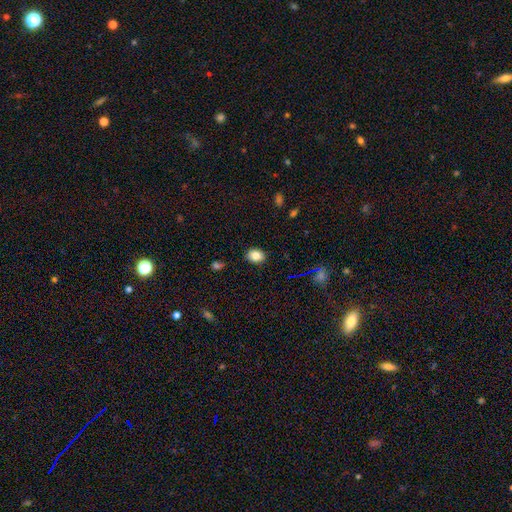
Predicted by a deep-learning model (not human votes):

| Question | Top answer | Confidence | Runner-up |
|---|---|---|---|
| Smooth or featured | smooth | 83% | star or artifact (10%) |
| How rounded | in between | 61% | round (38%) |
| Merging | none | 86% | minor disturbance (10%) |